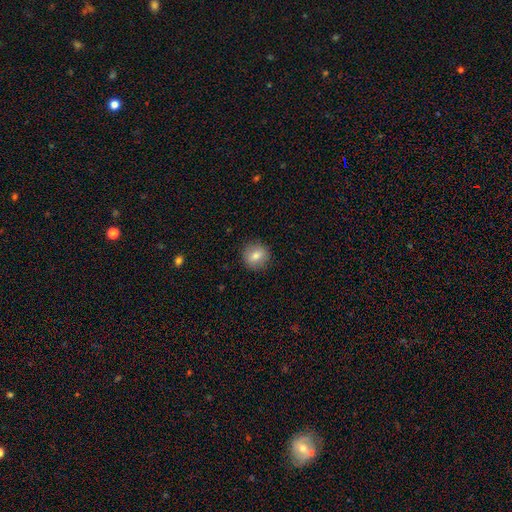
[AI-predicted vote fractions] Smooth or featured? Predicted: smooth (p=0.77). How rounded? Predicted: round (p=0.83). Merging? Predicted: none (p=0.89).